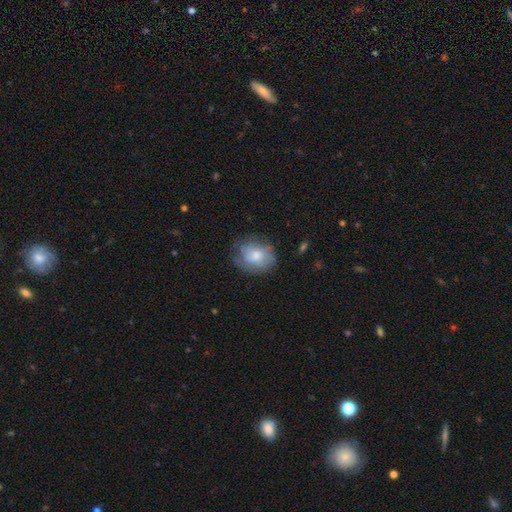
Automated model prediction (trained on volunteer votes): Overall: smooth (64%; featured or disk 28%). How rounded: round (56%; in between 43%). Merging: none (61%; minor disturbance 26%).